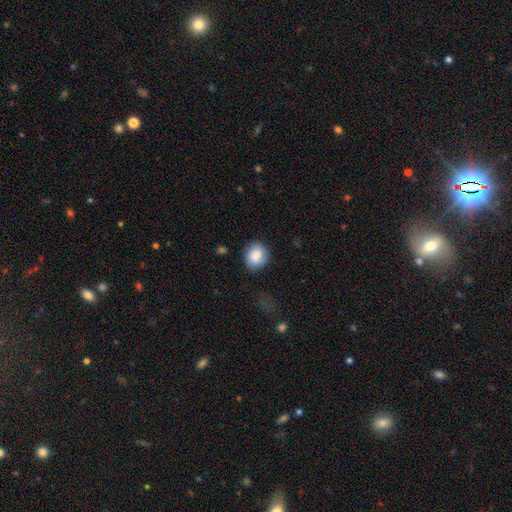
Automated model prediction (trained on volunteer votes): Smooth or featured? Predicted: smooth (p=0.84). How rounded? Predicted: round (p=0.75). Merging? Predicted: none (p=0.78).